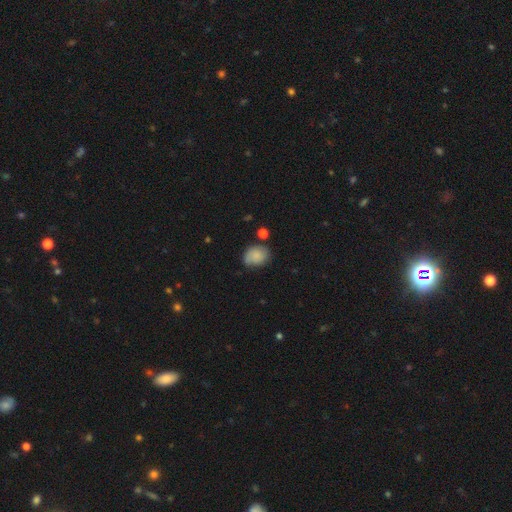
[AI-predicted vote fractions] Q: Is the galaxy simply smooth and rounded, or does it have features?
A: smooth — 80%.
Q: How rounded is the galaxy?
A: in between — 57%.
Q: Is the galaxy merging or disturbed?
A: none — 61%.